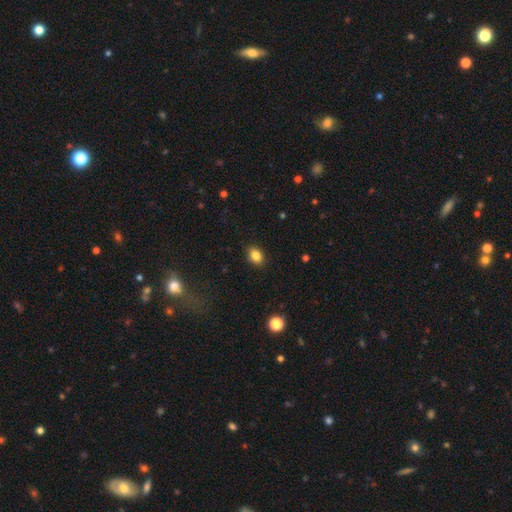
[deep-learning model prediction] This appears to be a smooth galaxy with no disk features (85%) that is in between round and cigar-shaped (70%). Merging: none (89%).